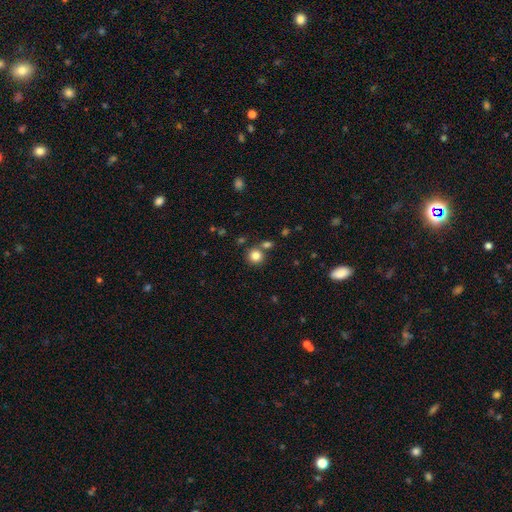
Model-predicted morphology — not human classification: smooth 82%, star or artifact 12%, featured or disk 6%. Down the decision tree: how rounded — round (90%); merging — none (74%).